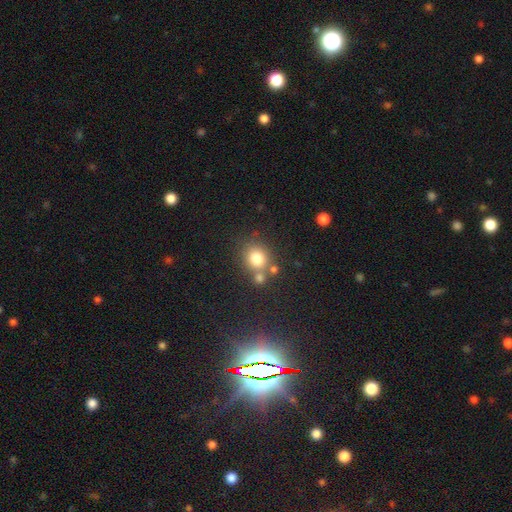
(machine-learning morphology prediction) smooth_or_featured: smooth (p=0.77) [alt: star or artifact p=0.13]
how_rounded: round (p=0.84) [alt: in between p=0.15]
merging: none (p=0.63) [alt: merger p=0.23]